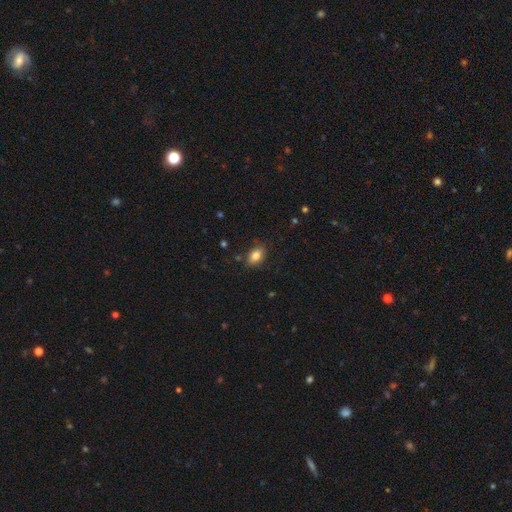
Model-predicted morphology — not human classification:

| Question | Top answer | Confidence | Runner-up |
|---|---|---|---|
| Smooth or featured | smooth | 82% | star or artifact (9%) |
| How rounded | in between | 86% | round (12%) |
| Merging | none | 84% | minor disturbance (12%) |